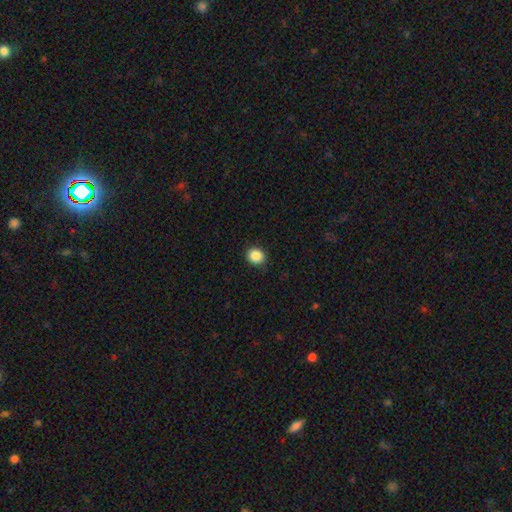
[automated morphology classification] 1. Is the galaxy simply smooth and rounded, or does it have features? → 88% smooth, 10% star or artifact, 3% featured or disk.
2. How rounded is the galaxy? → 83% round, 17% in between, 1% cigar-shaped.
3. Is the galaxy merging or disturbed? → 89% none, 8% minor disturbance, 2% major disturbance, 1% merger.